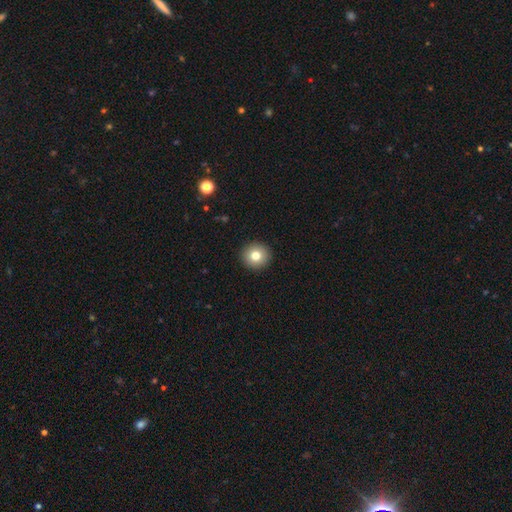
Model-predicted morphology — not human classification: Smooth or featured: smooth — 79% (featured or disk — 11%)
How rounded: round — 95% (in between — 4%)
Merging: none — 93% (minor disturbance — 4%)